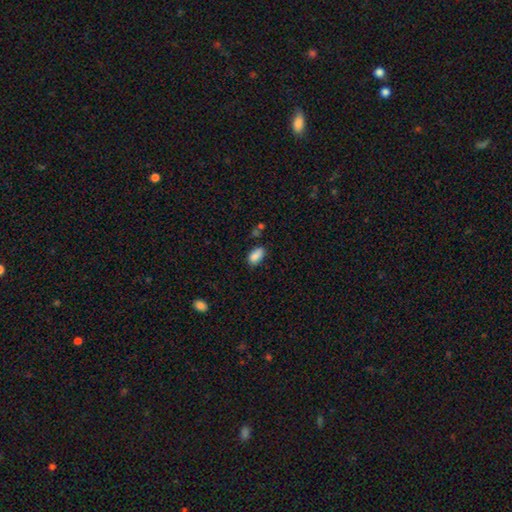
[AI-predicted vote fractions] smooth 87%, star or artifact 8%, featured or disk 5%. Down the decision tree: how rounded — in between (92%); merging — none (69%).